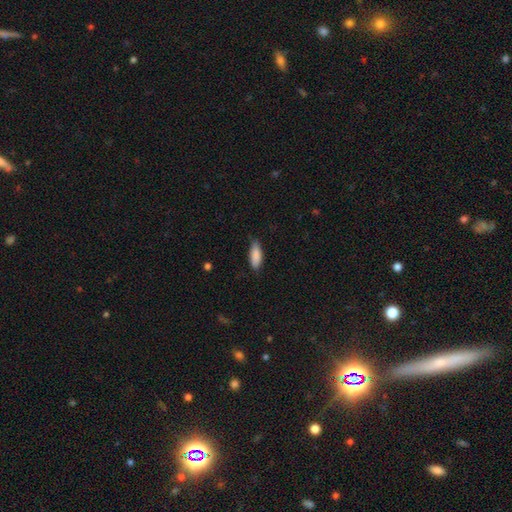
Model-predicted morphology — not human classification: This is clearly a smooth galaxy (88%). How rounded: likely in between (74%). Merging: likely none (75%).